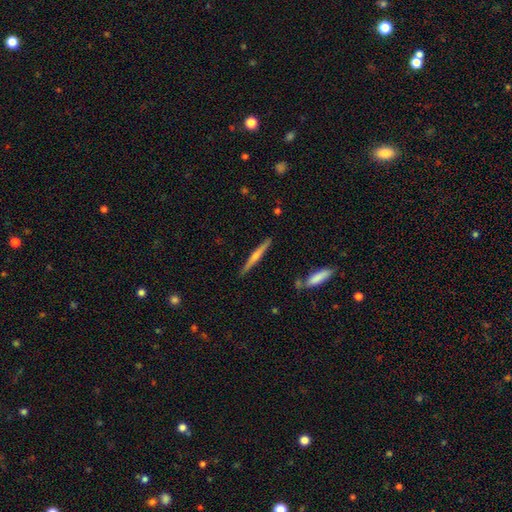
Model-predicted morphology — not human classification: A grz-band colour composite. It shows a featured or disk galaxy (65%) viewed edge-on (98%) with a rounded central bulge (69%). Merging: none (89%).